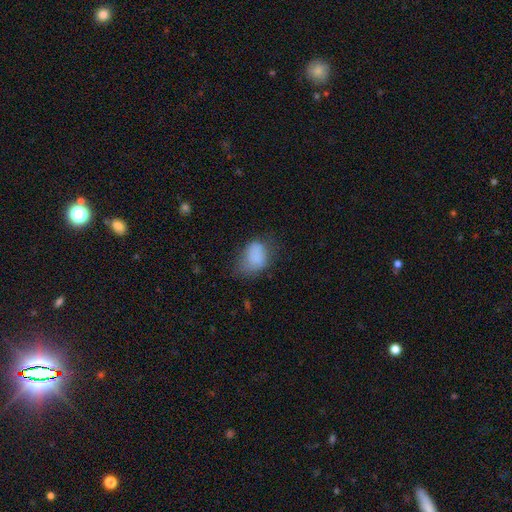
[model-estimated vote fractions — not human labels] Smooth or featured? Predicted: smooth (p=0.78). How rounded? Predicted: in between (p=0.75). Merging? Predicted: none (p=0.40).